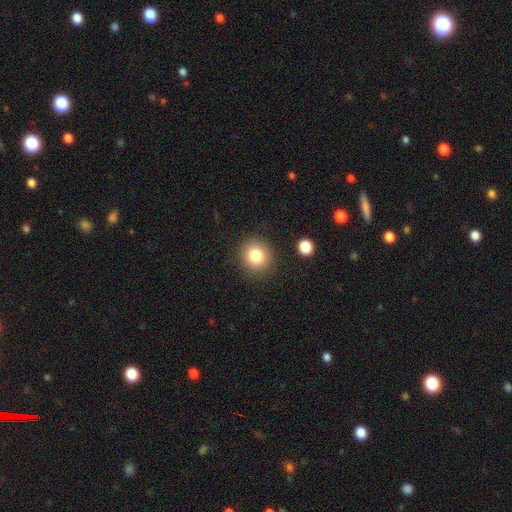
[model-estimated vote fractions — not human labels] smooth-or-featured: smooth: 81% | star or artifact: 11% | featured or disk: 8%
  how-rounded: round: 87% | in between: 12% | cigar-shaped: 1%
  merging: none: 88% | minor disturbance: 7% | major disturbance: 3% | merger: 2%